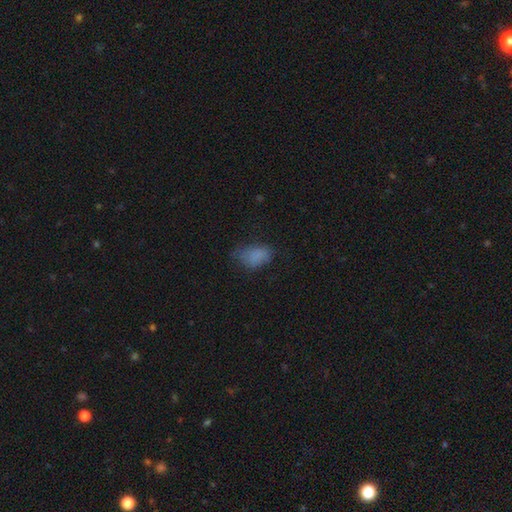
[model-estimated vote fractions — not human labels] Overall: smooth (78%). How rounded: in between (87%). Merging: none (53%; minor disturbance 30%).